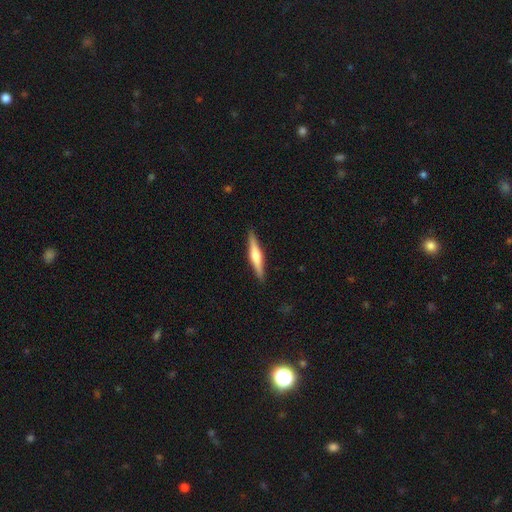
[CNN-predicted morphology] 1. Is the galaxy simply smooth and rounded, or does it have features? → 59% featured or disk, 36% smooth, 5% star or artifact.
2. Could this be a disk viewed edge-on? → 97% yes, 3% no.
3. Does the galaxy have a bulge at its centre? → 87% rounded, 7% boxy, 6% none.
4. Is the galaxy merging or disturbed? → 91% none, 6% minor disturbance, 1% major disturbance, 1% merger.